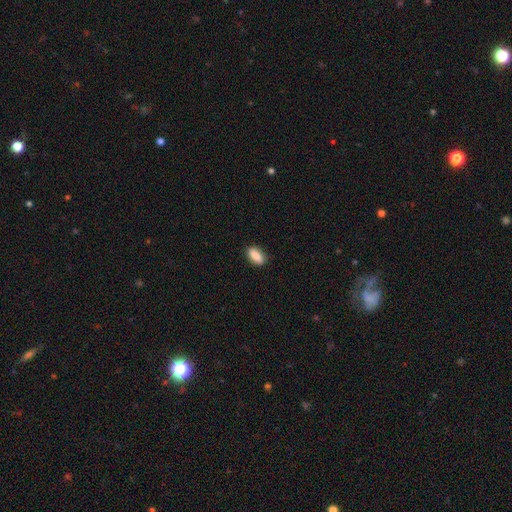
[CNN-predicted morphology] This appears to be a smooth galaxy with no disk features (84%) that is in between round and cigar-shaped (85%). Merging: none (85%).